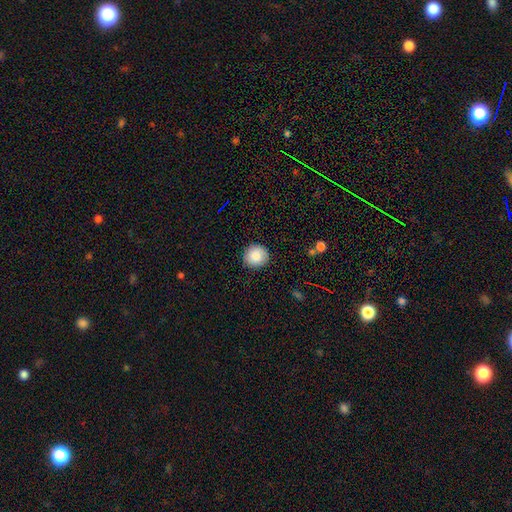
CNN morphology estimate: type=smooth (85%); roundness=round (92%); merging=none (89%).